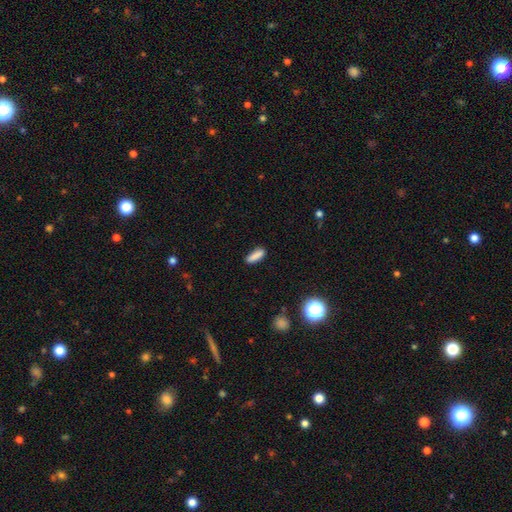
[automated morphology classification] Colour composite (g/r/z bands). It shows a smooth galaxy with no disk features (85%) that is cigar-shaped (50%). Merging: none (82%).